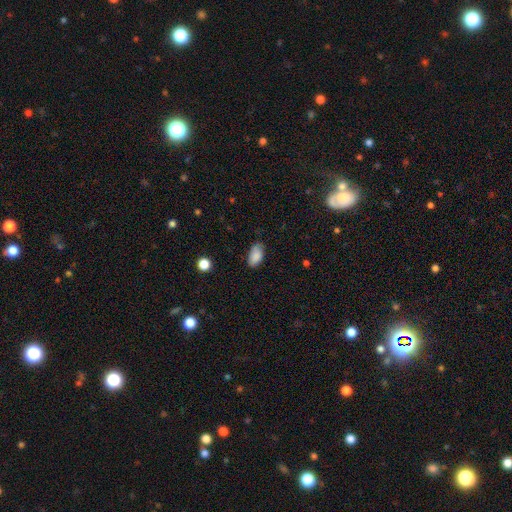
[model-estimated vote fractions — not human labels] Smooth or featured? Predicted: smooth (p=0.87). How rounded? Predicted: in between (p=0.93). Merging? Predicted: none (p=0.78).